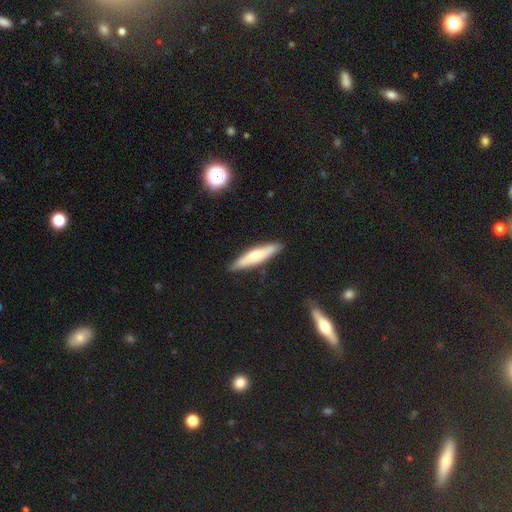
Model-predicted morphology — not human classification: Q: Smooth or featured?
A: smooth (59%); runner-up: featured or disk (35%)
Q: How rounded?
A: cigar-shaped (83%); runner-up: in between (15%)
Q: Merging?
A: none (87%); runner-up: minor disturbance (10%)